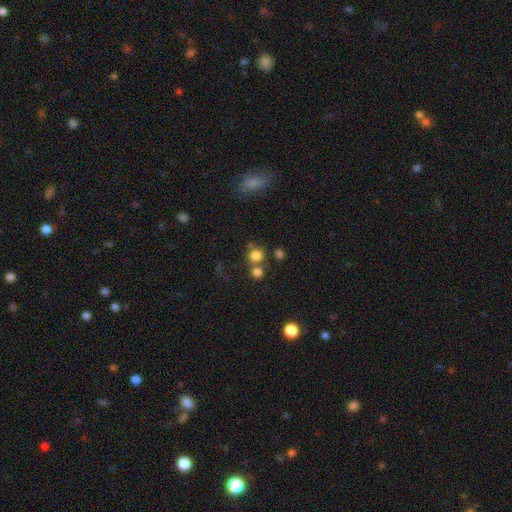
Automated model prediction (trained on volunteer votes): Q: Smooth or featured?
A: smooth (79%); runner-up: star or artifact (14%)
Q: How rounded?
A: round (89%); runner-up: in between (10%)
Q: Merging?
A: none (63%); runner-up: merger (25%)